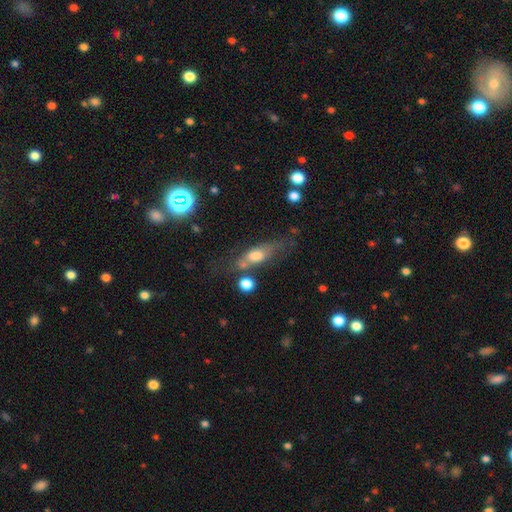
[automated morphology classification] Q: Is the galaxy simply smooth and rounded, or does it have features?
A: smooth — 60%.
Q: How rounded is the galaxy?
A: in between — 61%.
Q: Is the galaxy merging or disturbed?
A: none — 47%.